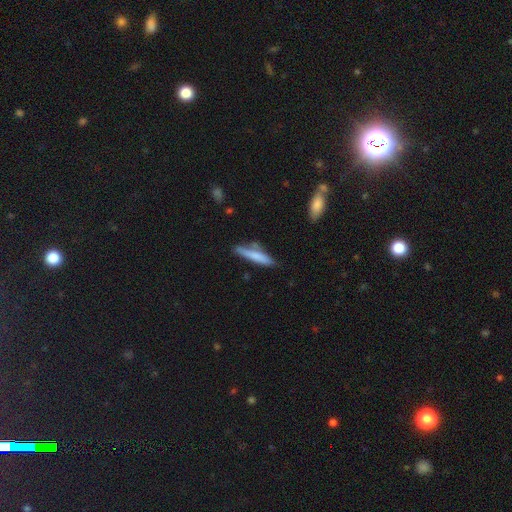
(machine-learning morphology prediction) A smooth galaxy with no disk features (72%) that is cigar-shaped (87%).

Vote fractions:
- Smooth or featured? smooth: 72% / featured or disk: 22% / star or artifact: 6%
- How rounded? cigar-shaped: 87% / in between: 12% / round: 1%
- Merging? none: 67% / minor disturbance: 20% / merger: 8% / major disturbance: 4%